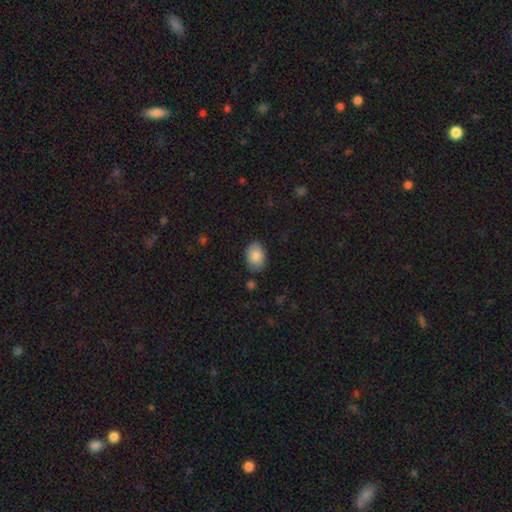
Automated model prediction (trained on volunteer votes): This appears to be a smooth galaxy with no disk features (84%) that is in between round and cigar-shaped (82%). Merging: none (84%).